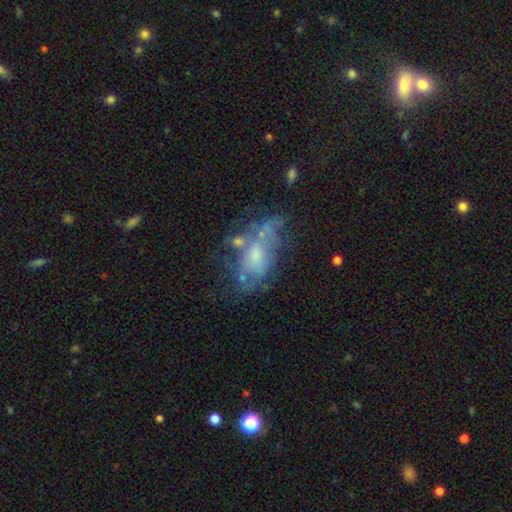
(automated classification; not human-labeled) The model was most divided on "bulge size" (2-way tie): moderate: 36%, small: 36%, none: 19%, large: 7%, dominant: 2%. Remaining: edge-on disk — no (94%); bar — no (73%); spiral arms — no (66%); smooth or featured — featured or disk (55%); merging — major disturbance (32%).